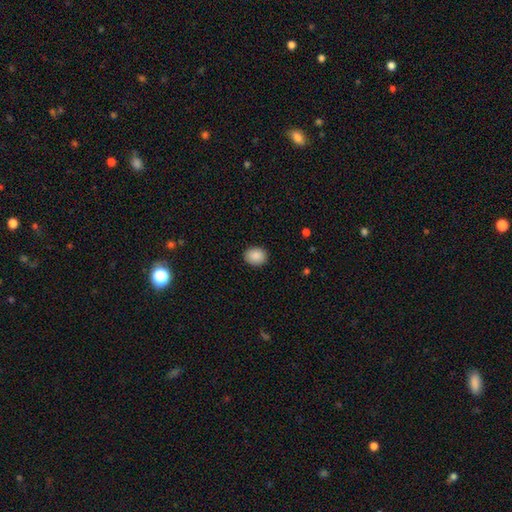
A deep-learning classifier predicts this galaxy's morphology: A smooth galaxy with no disk features (89%) that is in between round and cigar-shaped (50%).

Vote fractions:
- Smooth or featured? smooth: 89% / star or artifact: 8% / featured or disk: 3%
- How rounded? in between: 50% / round: 49% / cigar-shaped: 1%
- Merging? none: 90% / minor disturbance: 8% / major disturbance: 2% / merger: 1%